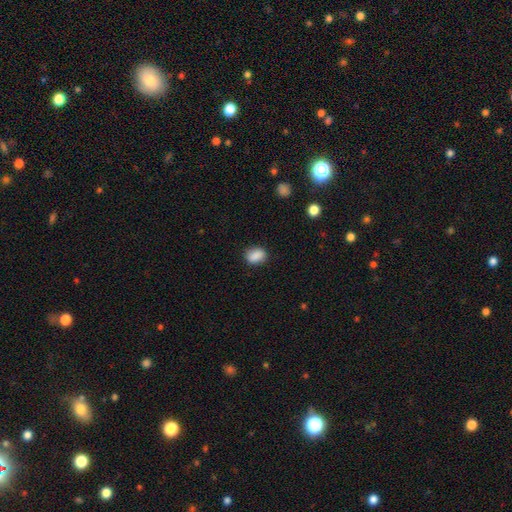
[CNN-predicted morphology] Smooth or featured?
  - smooth: 87% *
  - star or artifact: 8%
  - featured or disk: 4%
How rounded?
  - in between: 69% *
  - round: 30%
  - cigar-shaped: 2%
Merging?
  - none: 82% *
  - minor disturbance: 13%
  - major disturbance: 3%
  - merger: 1%